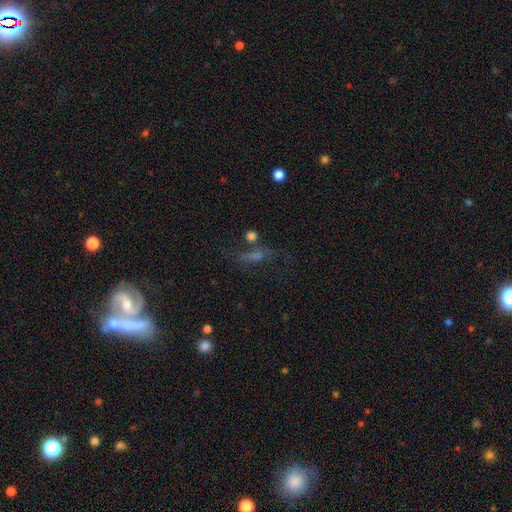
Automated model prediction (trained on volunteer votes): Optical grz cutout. It shows a smooth galaxy with no disk features (37%). Merging: none (53%).